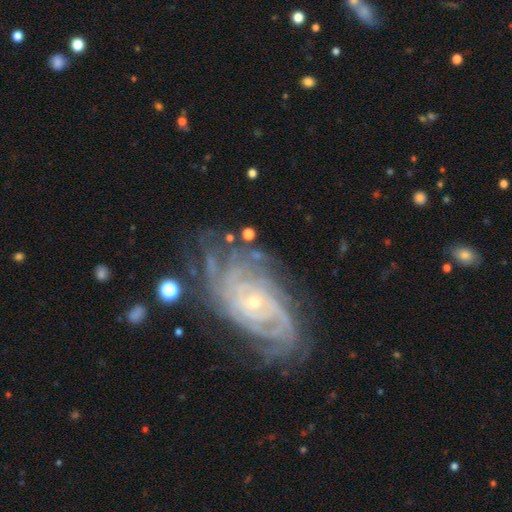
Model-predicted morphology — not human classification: Overall: featured or disk (87%). Edge-on disk: no (96%). Bar: no (74%). Spiral arms: yes (96%). Spiral arm count: can't tell (32%; 4 19%). Spiral winding: tight (72%). Bulge size: small (77%). Merging: none (63%).